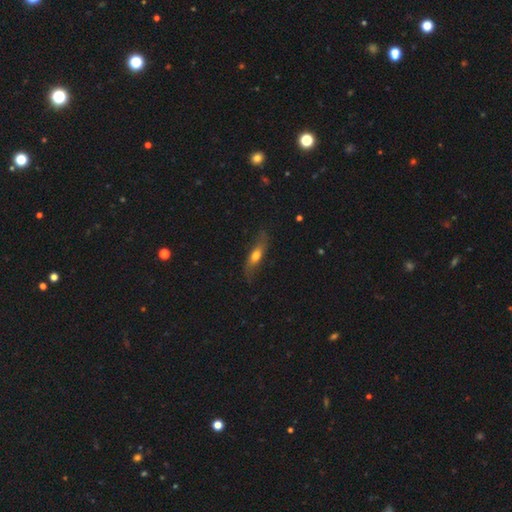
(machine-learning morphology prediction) Smooth or featured?
  - smooth: 47% *
  - featured or disk: 46%
  - star or artifact: 7%
Merging?
  - none: 70% *
  - minor disturbance: 21%
  - major disturbance: 8%
  - merger: 2%